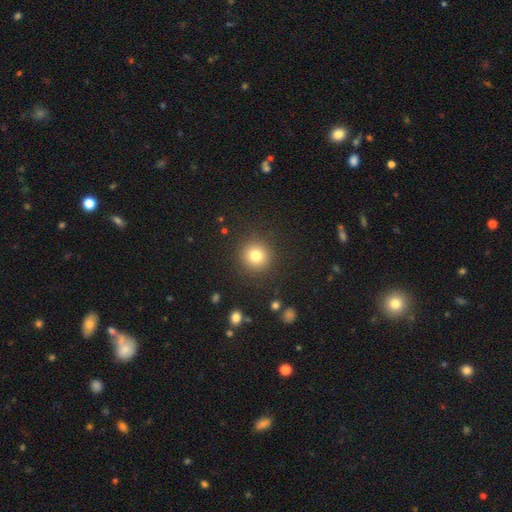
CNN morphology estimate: type=smooth (80%); roundness=round (93%); merging=none (90%).